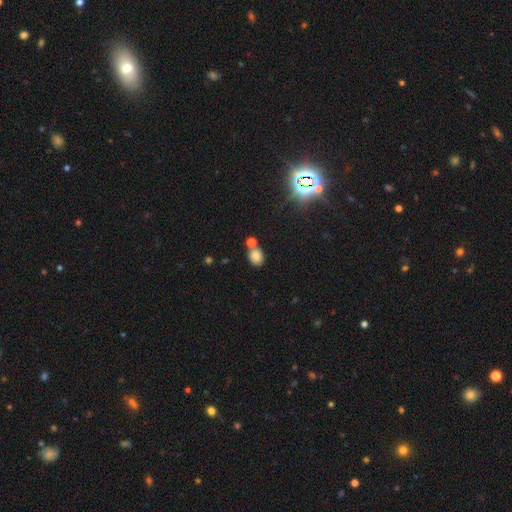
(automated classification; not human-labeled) A smooth galaxy with no disk features (76%) that is round (50%). Merging: none (62%).